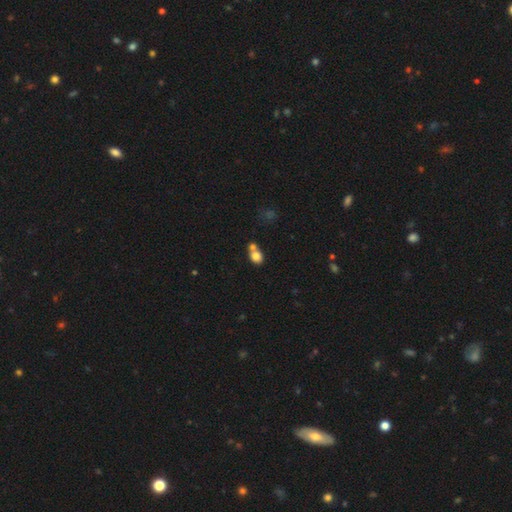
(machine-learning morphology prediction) Smooth or featured: smooth — 80% (star or artifact — 10%)
How rounded: round — 55% (in between — 44%)
Merging: merger — 46% (none — 40%)